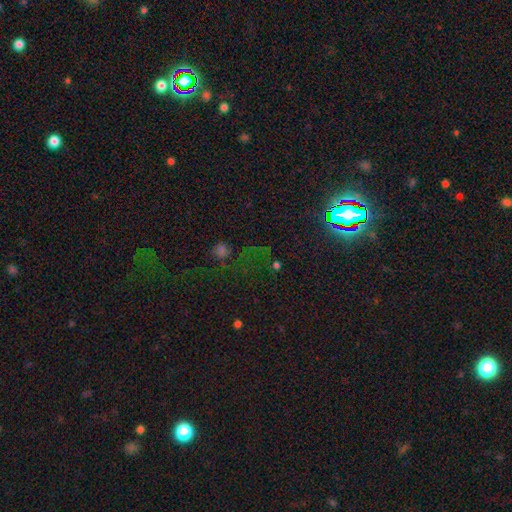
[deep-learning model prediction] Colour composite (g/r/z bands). It shows a star or artifact, not a galaxy (74%).